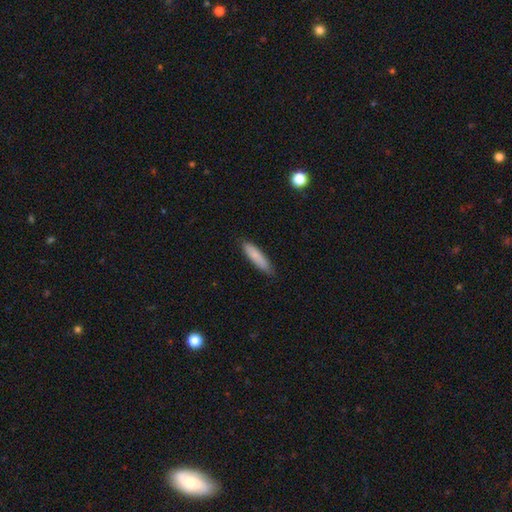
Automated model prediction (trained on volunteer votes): The model was most divided on "how rounded": cigar-shaped: 76%, in between: 23%, round: 1%. More confident: smooth or featured — smooth (84%); merging — none (81%).